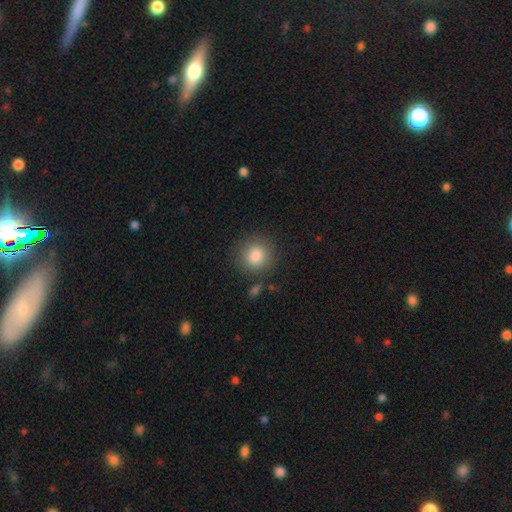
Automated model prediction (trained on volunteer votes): Smooth or featured? smooth (86%)
How rounded? round (88%)
Merging? none (84%)